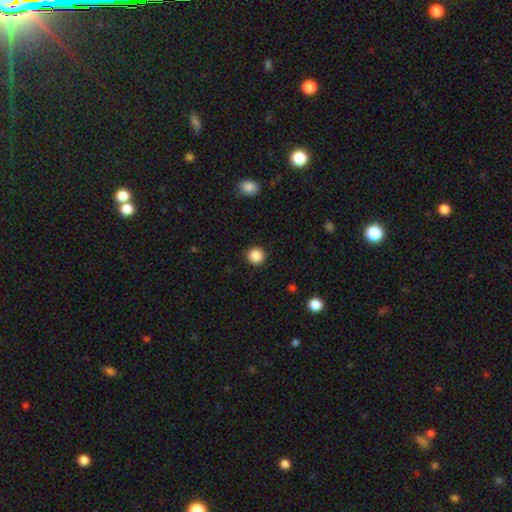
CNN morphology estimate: smooth_or_featured: smooth (p=0.87) [alt: star or artifact p=0.10]
how_rounded: round (p=0.95) [alt: in between p=0.04]
merging: none (p=0.92) [alt: minor disturbance p=0.05]